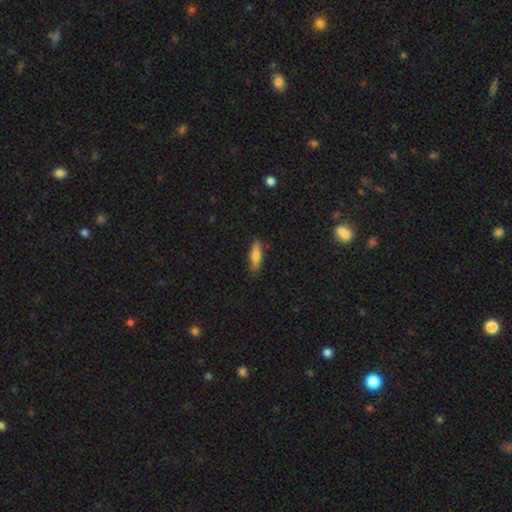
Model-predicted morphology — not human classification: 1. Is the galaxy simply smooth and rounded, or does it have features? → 67% smooth, 26% featured or disk, 7% star or artifact.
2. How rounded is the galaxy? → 53% cigar-shaped, 45% in between, 2% round.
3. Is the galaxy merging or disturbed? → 85% none, 12% minor disturbance, 2% major disturbance, 1% merger.